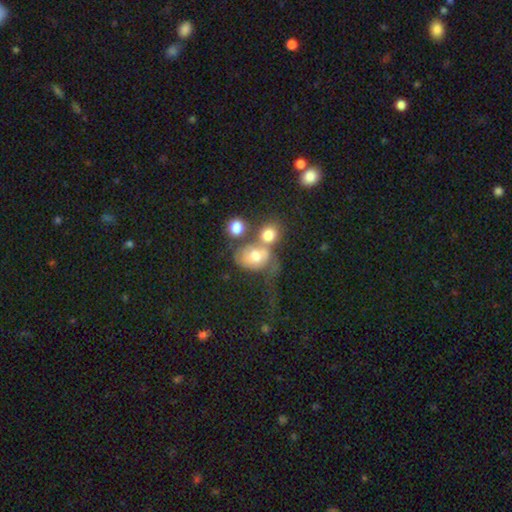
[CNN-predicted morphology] The model was most divided on "how rounded": in between: 55%, round: 43%, cigar-shaped: 2%. Remaining: smooth or featured — smooth (54%); merging — merger (47%).